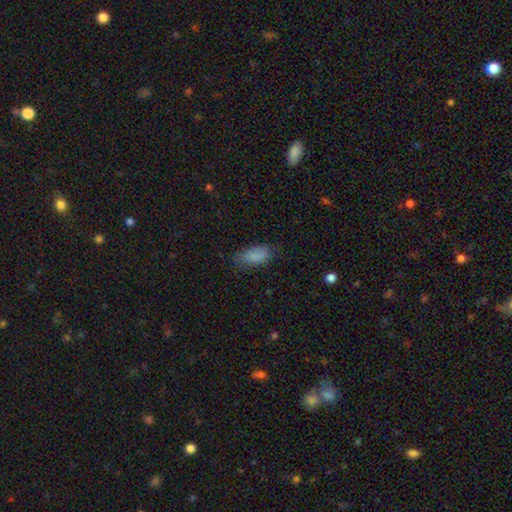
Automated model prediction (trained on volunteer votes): smooth-or-featured: smooth: 84% | star or artifact: 8% | featured or disk: 8%
  how-rounded: in between: 90% | cigar-shaped: 7% | round: 3%
  merging: none: 69% | minor disturbance: 23% | major disturbance: 6% | merger: 1%